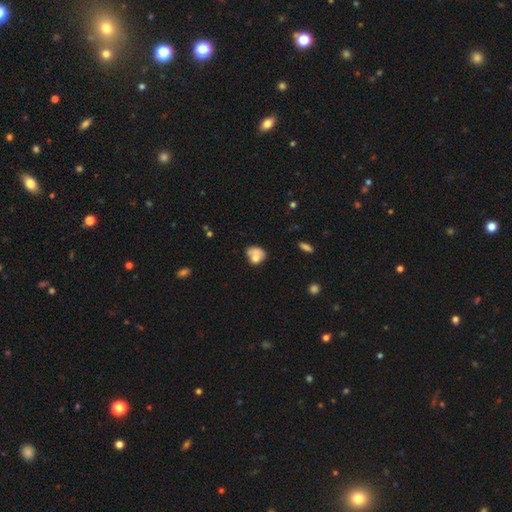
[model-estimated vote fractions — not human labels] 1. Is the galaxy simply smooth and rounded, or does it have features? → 66% smooth, 24% featured or disk, 10% star or artifact.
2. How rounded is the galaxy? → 55% round, 44% in between, 1% cigar-shaped.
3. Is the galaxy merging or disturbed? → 35% merger, 34% none, 19% minor disturbance, 12% major disturbance.